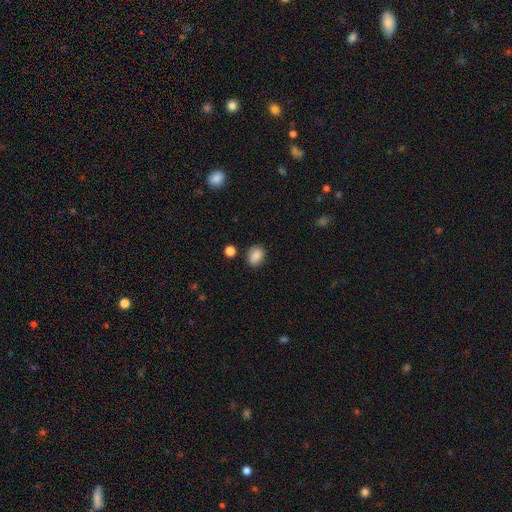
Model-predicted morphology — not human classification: Smooth or featured? smooth (85%)
How rounded? in between (55%)
Merging? none (80%)